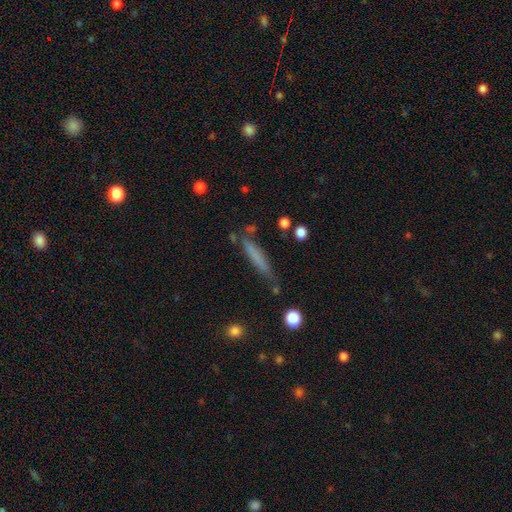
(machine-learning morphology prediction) This is likely a smooth galaxy (67%). How rounded: clearly cigar-shaped (91%). Merging: likely none (72%).